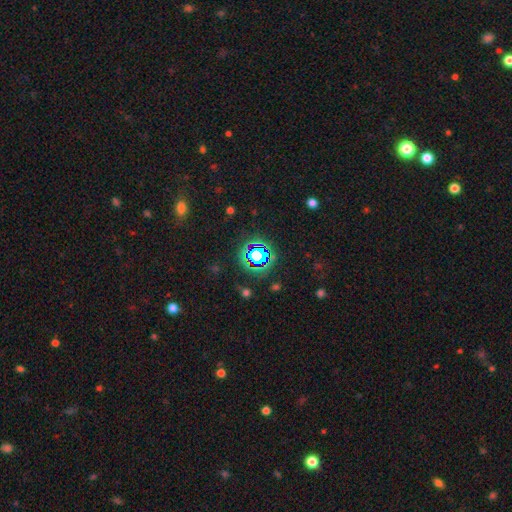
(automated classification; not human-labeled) A star or artifact, not a galaxy (70%).

Vote fractions:
- Smooth or featured? star or artifact: 70% / smooth: 20% / featured or disk: 11%